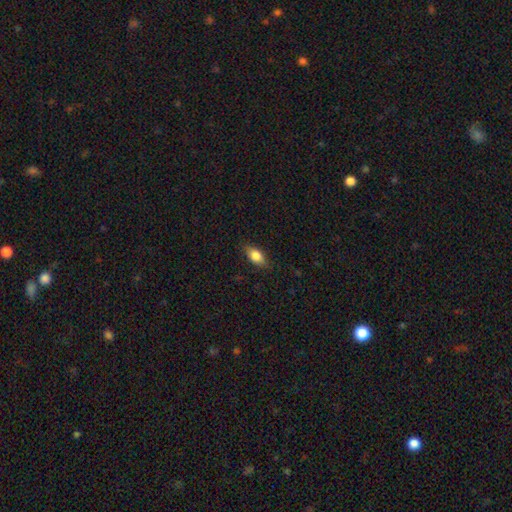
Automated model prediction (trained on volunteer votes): Smooth or featured? smooth (79%)
How rounded? in between (84%)
Merging? none (82%)